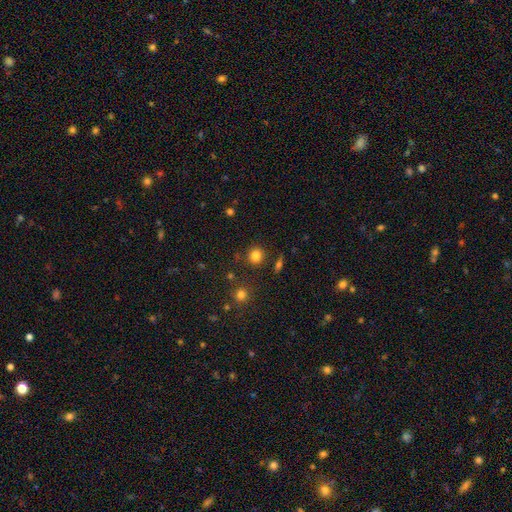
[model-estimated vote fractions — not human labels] Q: Smooth or featured?
A: smooth (82%); runner-up: star or artifact (13%)
Q: How rounded?
A: round (86%); runner-up: in between (13%)
Q: Merging?
A: none (85%); runner-up: minor disturbance (8%)